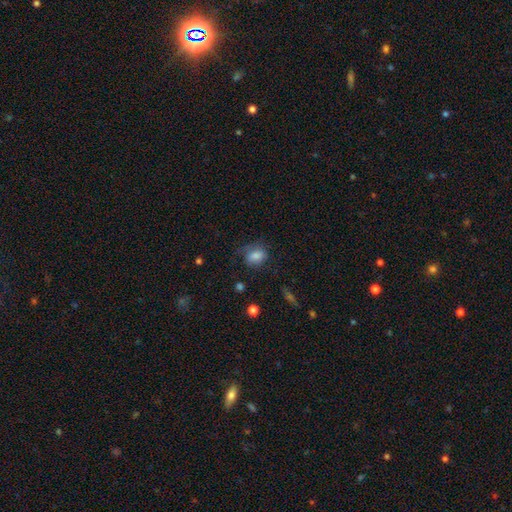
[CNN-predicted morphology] This appears to be a smooth galaxy with no disk features (78%) that is in between round and cigar-shaped (70%). Merging: none (53%).